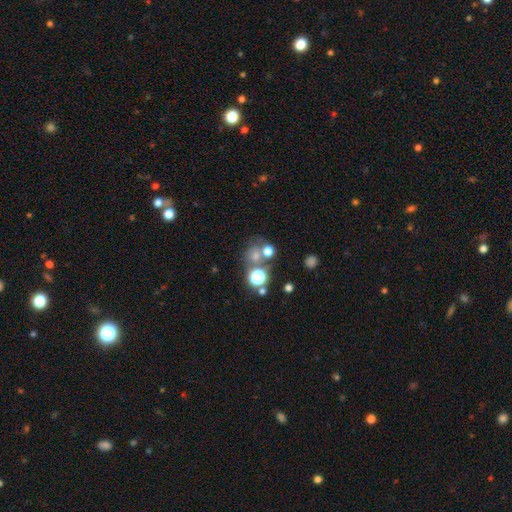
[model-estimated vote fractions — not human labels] Smooth or featured? smooth (51%)
How rounded? round (83%)
Merging? none (55%)